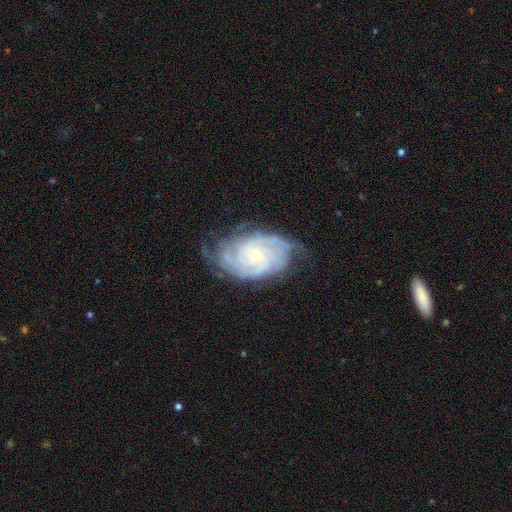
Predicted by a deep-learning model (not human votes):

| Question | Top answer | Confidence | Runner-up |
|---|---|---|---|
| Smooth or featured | featured or disk | 87% | smooth (8%) |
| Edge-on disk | no | 96% | yes (4%) |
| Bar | no | 75% | weak (21%) |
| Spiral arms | yes | 97% | no (3%) |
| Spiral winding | tight | 72% | medium (23%) |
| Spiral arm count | can't tell | 32% | 4 (19%) |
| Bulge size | small | 74% | moderate (22%) |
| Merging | none | 68% | minor disturbance (22%) |